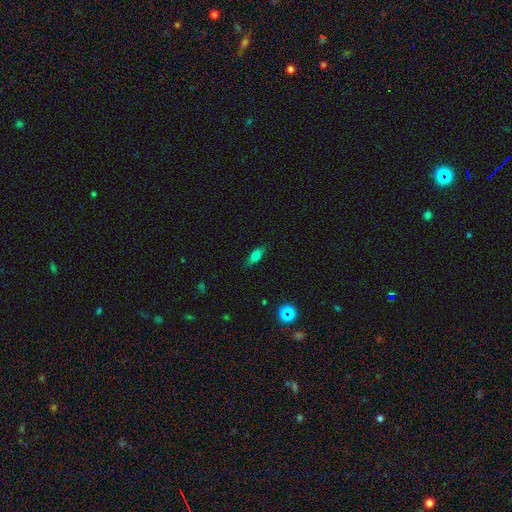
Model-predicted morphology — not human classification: Q: Smooth or featured?
A: smooth (69%); runner-up: featured or disk (19%)
Q: How rounded?
A: in between (68%); runner-up: cigar-shaped (27%)
Q: Merging?
A: none (79%); runner-up: minor disturbance (16%)